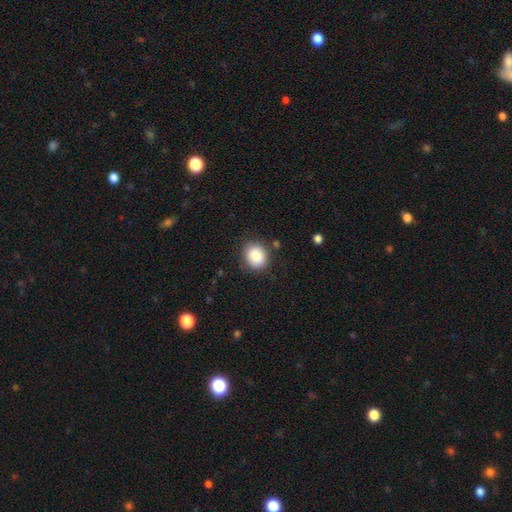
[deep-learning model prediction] Smooth or featured? smooth (85%)
How rounded? round (68%)
Merging? none (82%)